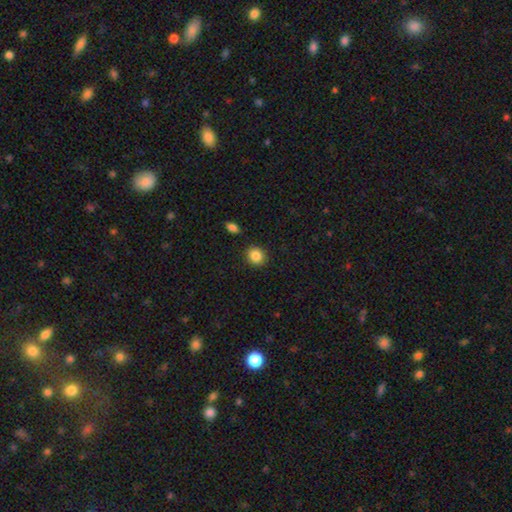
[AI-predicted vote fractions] A smooth galaxy with no disk features (86%) that is round (82%). Merging: none (90%).